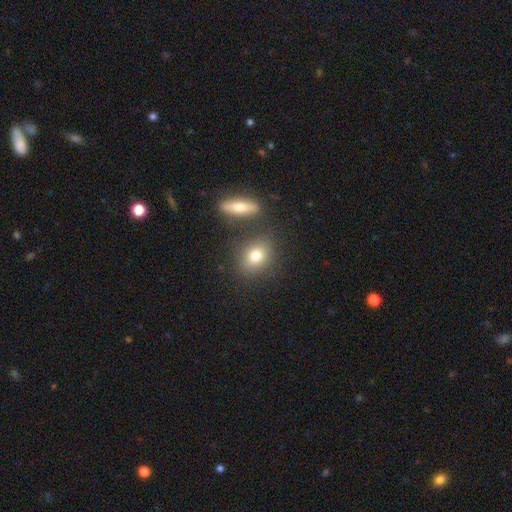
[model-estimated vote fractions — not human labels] The model was most divided on "how rounded": round: 53%, in between: 44%, cigar-shaped: 3%. More confident: smooth or featured — smooth (77%); merging — none (74%).